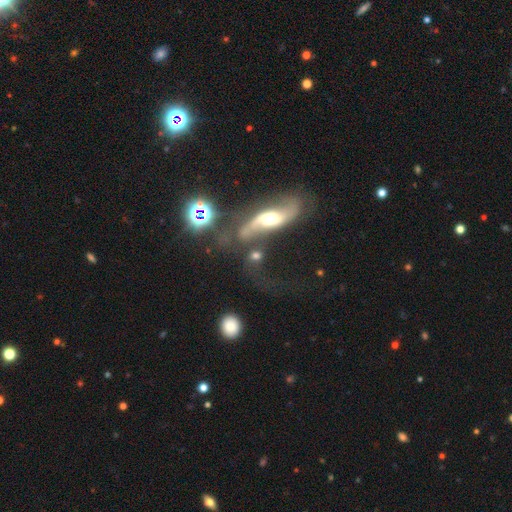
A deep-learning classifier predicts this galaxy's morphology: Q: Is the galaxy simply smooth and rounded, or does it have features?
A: featured or disk — 49%.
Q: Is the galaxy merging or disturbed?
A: none — 38%.